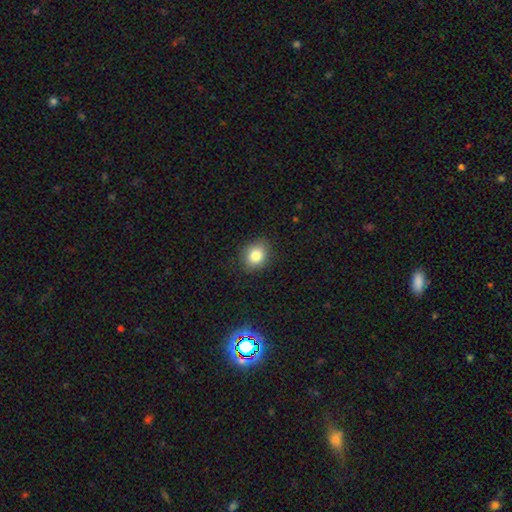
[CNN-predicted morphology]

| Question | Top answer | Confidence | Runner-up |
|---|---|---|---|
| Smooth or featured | smooth | 82% | star or artifact (10%) |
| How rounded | round | 55% | in between (44%) |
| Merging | none | 86% | minor disturbance (10%) |